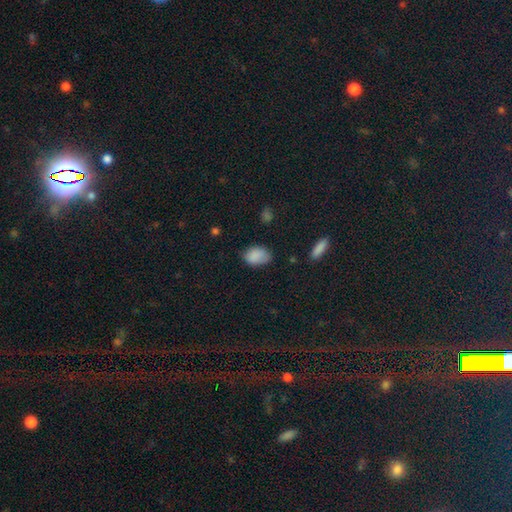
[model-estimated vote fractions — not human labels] Smooth or featured? Predicted: smooth (p=0.86). How rounded? Predicted: in between (p=0.83). Merging? Predicted: none (p=0.65).